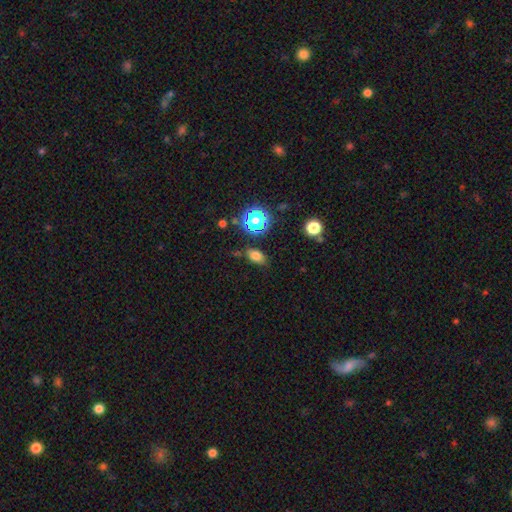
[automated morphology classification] Q: Smooth or featured?
A: smooth (71%); runner-up: star or artifact (20%)
Q: How rounded?
A: in between (80%); runner-up: round (17%)
Q: Merging?
A: none (79%); runner-up: minor disturbance (13%)